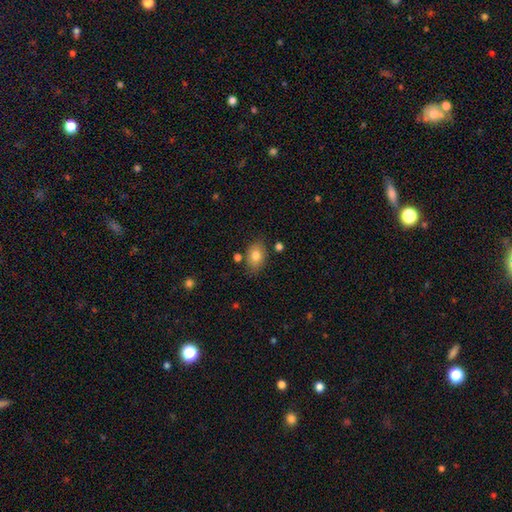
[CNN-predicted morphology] Smooth or featured? smooth (80%)
How rounded? in between (79%)
Merging? none (75%)